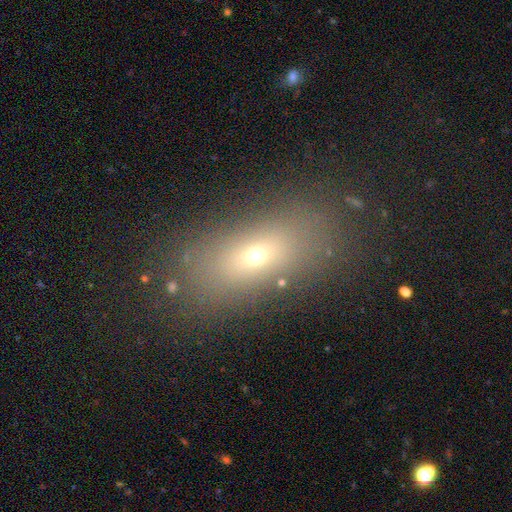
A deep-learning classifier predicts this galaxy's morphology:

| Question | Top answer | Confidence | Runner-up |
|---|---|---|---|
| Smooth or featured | smooth | 62% | featured or disk (21%) |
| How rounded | in between | 73% | cigar-shaped (16%) |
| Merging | none | 81% | minor disturbance (11%) |